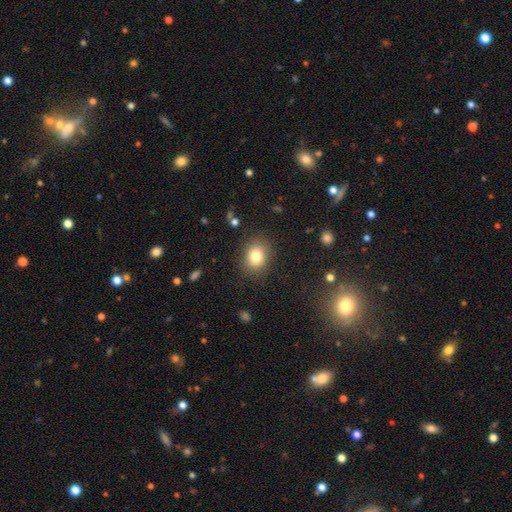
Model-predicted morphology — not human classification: smooth 81%, star or artifact 11%, featured or disk 8%. Down the decision tree: how rounded — round (52%); merging — none (84%).